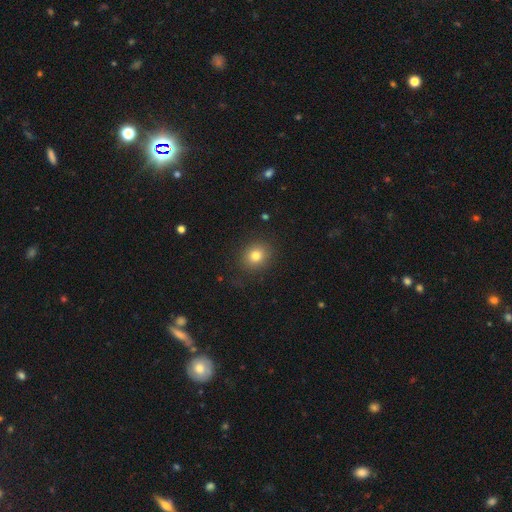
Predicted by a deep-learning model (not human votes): A smooth galaxy with no disk features (79%) that is round (76%). Merging: none (87%).